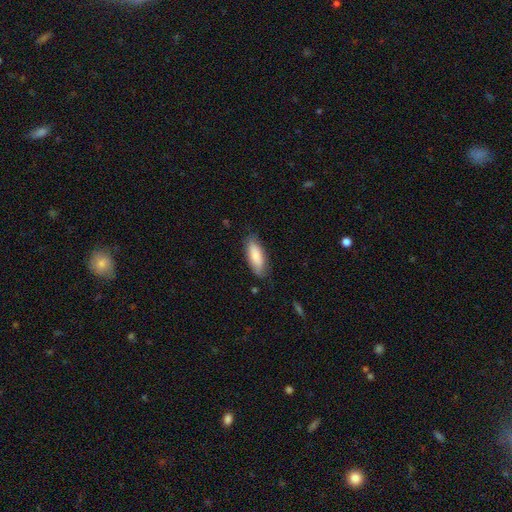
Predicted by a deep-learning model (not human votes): This appears to be a smooth galaxy with no disk features (83%) that is in between round and cigar-shaped (70%). Merging: none (78%).